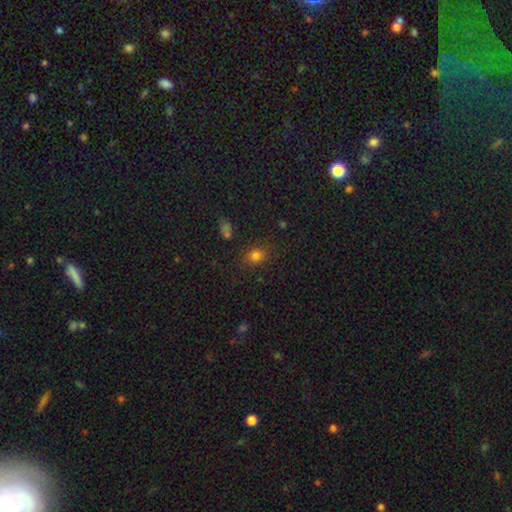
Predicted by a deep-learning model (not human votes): A smooth galaxy with no disk features (78%) that is round (57%). Merging: none (82%).